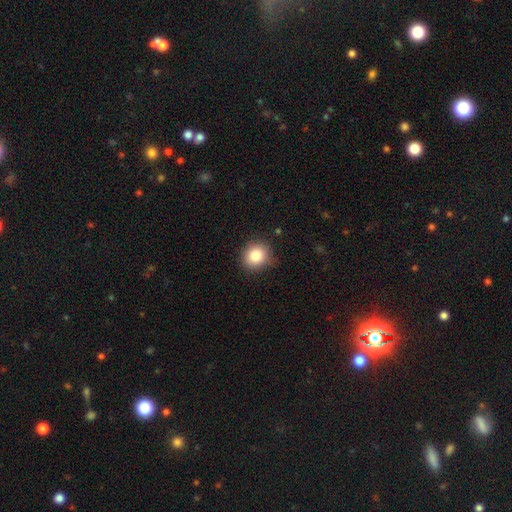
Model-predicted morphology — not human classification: The model was most divided on "how rounded": round: 84%, in between: 15%, cigar-shaped: 1%. More confident: smooth or featured — smooth (85%); merging — none (84%).